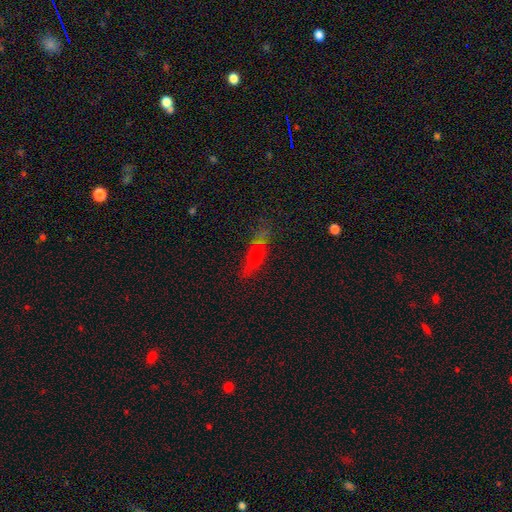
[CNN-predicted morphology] Smooth or featured? smooth (56%)
How rounded? in between (47%)
Merging? none (75%)